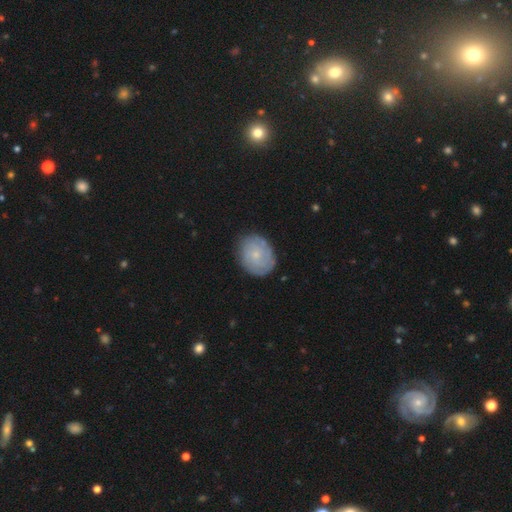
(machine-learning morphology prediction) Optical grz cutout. It shows a featured or disk galaxy (53%) with no bar (82%), spiral arms (77%) and a small central bulge (74%). Merging: none (80%).